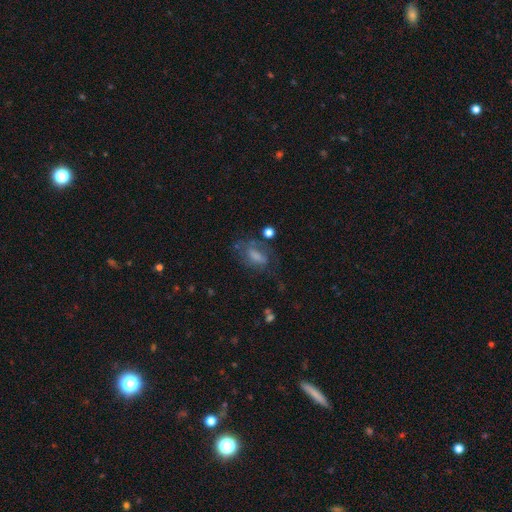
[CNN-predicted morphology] Smooth or featured? smooth (56%)
How rounded? in between (79%)
Merging? none (46%)